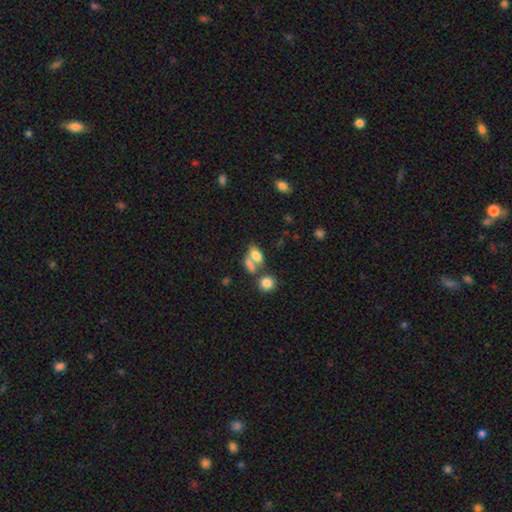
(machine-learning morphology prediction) smooth_or_featured: smooth (p=0.74) [alt: featured or disk p=0.15]
how_rounded: in between (p=0.81) [alt: round p=0.11]
merging: merger (p=0.42) [alt: none p=0.39]